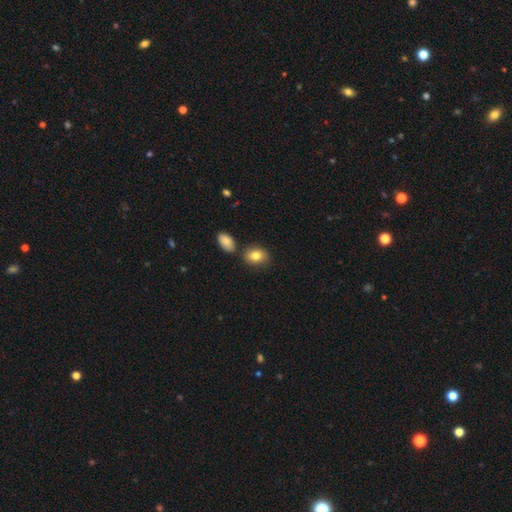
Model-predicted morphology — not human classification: The model was most divided on "how rounded": in between: 72%, round: 27%, cigar-shaped: 1%. More confident: smooth or featured — smooth (82%); merging — none (73%).